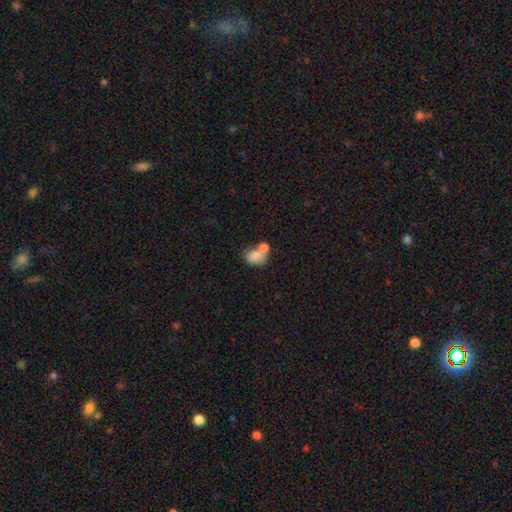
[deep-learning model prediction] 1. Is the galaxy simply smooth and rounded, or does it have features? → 77% smooth, 14% featured or disk, 8% star or artifact.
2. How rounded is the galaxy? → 64% in between, 35% round, 1% cigar-shaped.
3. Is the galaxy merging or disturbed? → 55% merger, 26% none, 12% minor disturbance, 7% major disturbance.